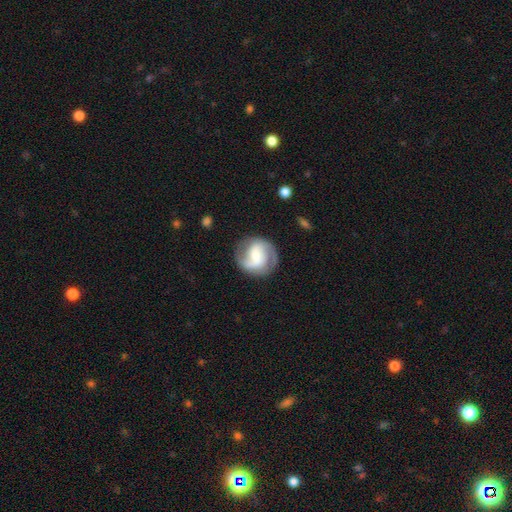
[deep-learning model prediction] Overall: featured or disk (76%). Edge-on disk: no (98%). Bar: weak (45%; no 31%). Spiral arms: yes (93%). Spiral arm count: 2 (86%). Spiral winding: medium (48%; tight 27%). Bulge size: small (46%; moderate 38%). Merging: none (79%).